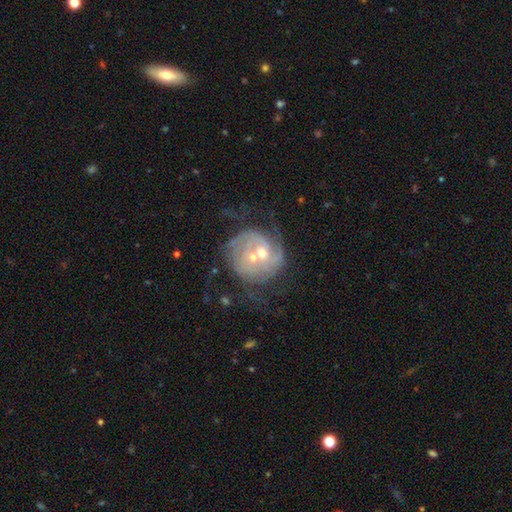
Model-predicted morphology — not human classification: This appears to be a featured or disk galaxy (77%) with no bar (72%), 2 (39%) tight (55%) spiral arms (84%) and a small central bulge (56%). Merging: none (37%).